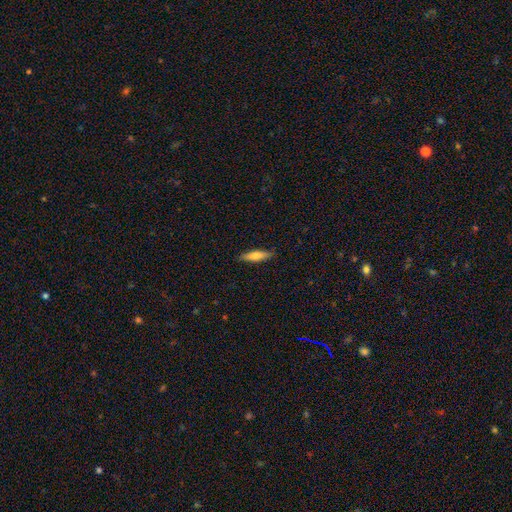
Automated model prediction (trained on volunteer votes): This appears to be a smooth galaxy with no disk features (67%) that is cigar-shaped (77%). Merging: none (89%).